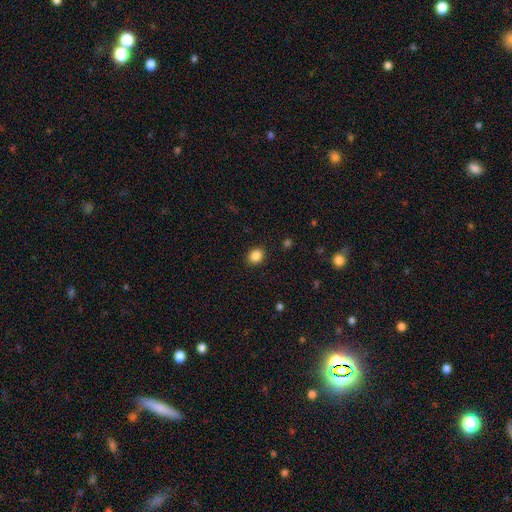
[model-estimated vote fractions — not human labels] Overall: smooth (86%). How rounded: round (60%; in between 39%). Merging: none (90%).